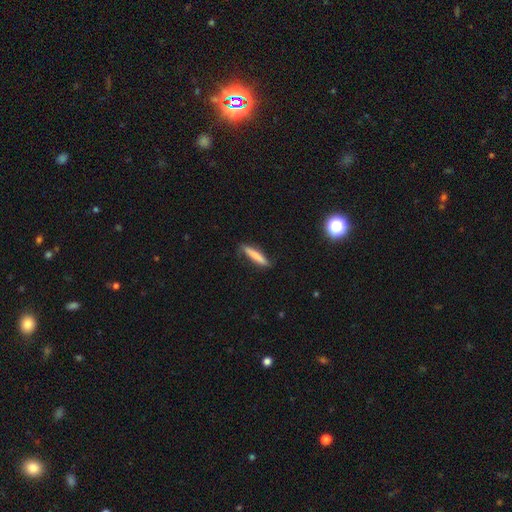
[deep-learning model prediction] smooth 77%, featured or disk 17%, star or artifact 6%. Down the decision tree: how rounded — cigar-shaped (89%); merging — none (79%).